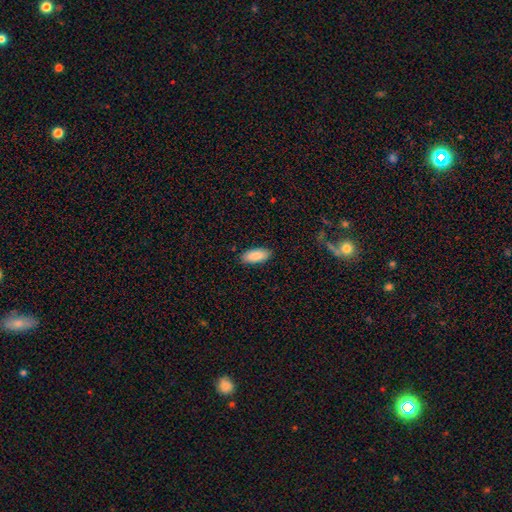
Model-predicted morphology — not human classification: Smooth or featured?
  - smooth: 89% *
  - star or artifact: 6%
  - featured or disk: 5%
How rounded?
  - in between: 84% *
  - cigar-shaped: 14%
  - round: 2%
Merging?
  - none: 88% *
  - minor disturbance: 9%
  - major disturbance: 2%
  - merger: 1%